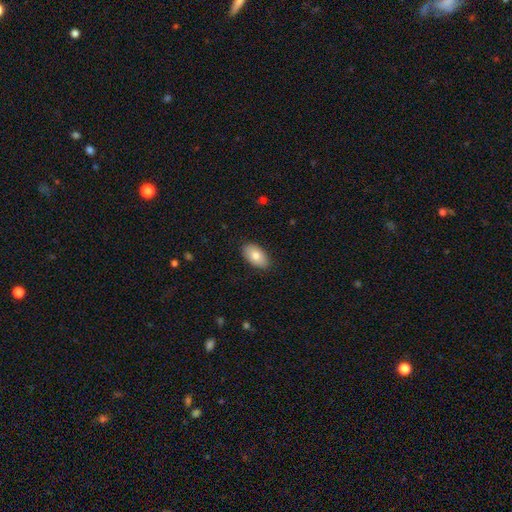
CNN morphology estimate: Smooth or featured? Predicted: smooth (p=0.80). How rounded? Predicted: in between (p=0.94). Merging? Predicted: none (p=0.87).